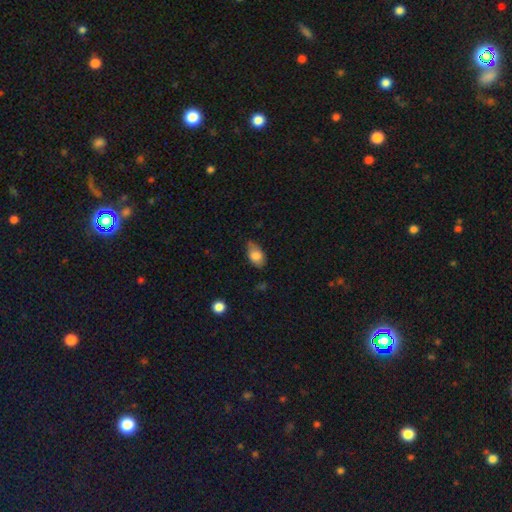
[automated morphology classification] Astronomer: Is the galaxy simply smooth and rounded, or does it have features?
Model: smooth — 79%.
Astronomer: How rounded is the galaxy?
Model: in between — 89%.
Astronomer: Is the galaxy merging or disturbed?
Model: none — 64%.